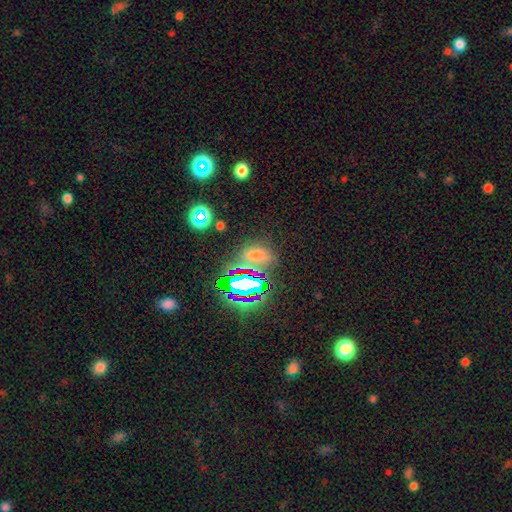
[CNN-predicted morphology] Q: Smooth or featured?
A: smooth (45%); runner-up: star or artifact (44%)
Q: Merging?
A: none (64%); runner-up: minor disturbance (16%)